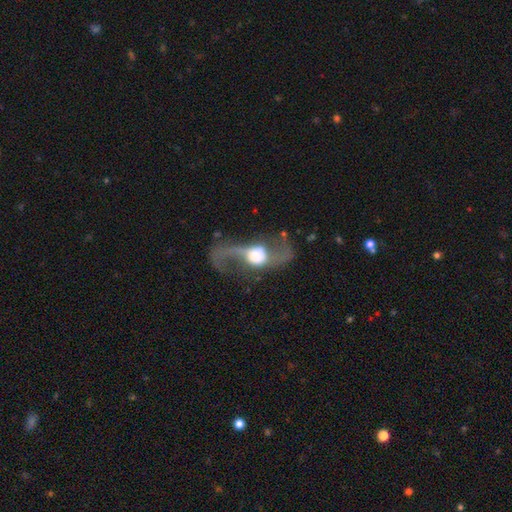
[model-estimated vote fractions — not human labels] A featured or disk galaxy (75%) with no bar (62%), 2 (88%) loose (81%) spiral arms (83%) and a large central bulge (43%).

Vote fractions:
- Smooth or featured? featured or disk: 75% / smooth: 18% / star or artifact: 7%
- Edge-on disk? no: 92% / yes: 8%
- Bar? no: 62% / weak: 25% / strong: 12%
- Spiral arms? yes: 83% / no: 17%
- Spiral winding? loose: 81% / medium: 16% / tight: 3%
- Spiral arm count? 2: 88% / 1: 6% / can't tell: 3% / 3: 1% / 4: 1% / more than 4: 1%
- Bulge size? large: 43% / moderate: 26% / dominant: 22% / small: 7% / none: 2%
- Merging? none: 42% / major disturbance: 38% / minor disturbance: 14% / merger: 6%